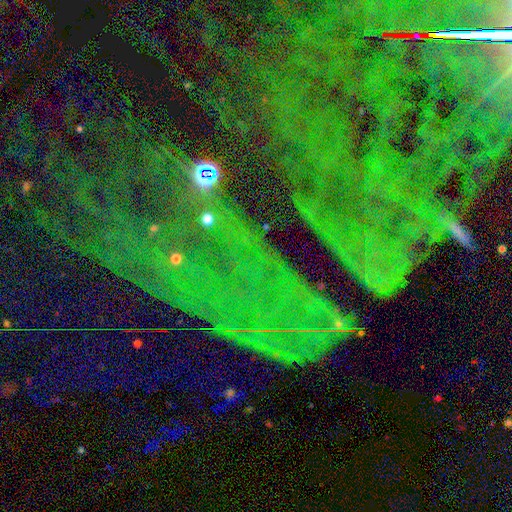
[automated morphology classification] smooth_or_featured: star or artifact (p=0.79) [alt: featured or disk p=0.12]